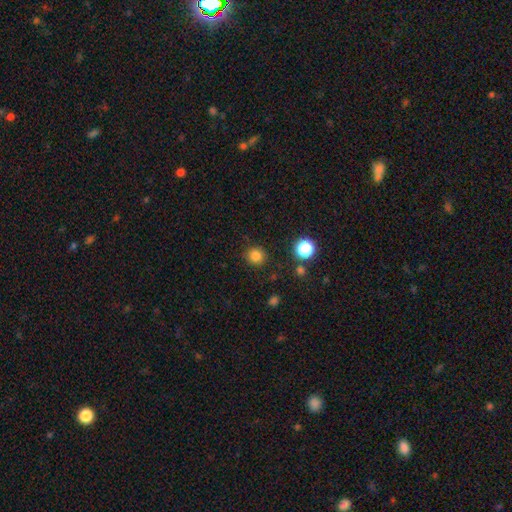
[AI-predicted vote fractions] This appears to be a smooth galaxy with no disk features (82%) that is round (93%). Merging: none (89%).